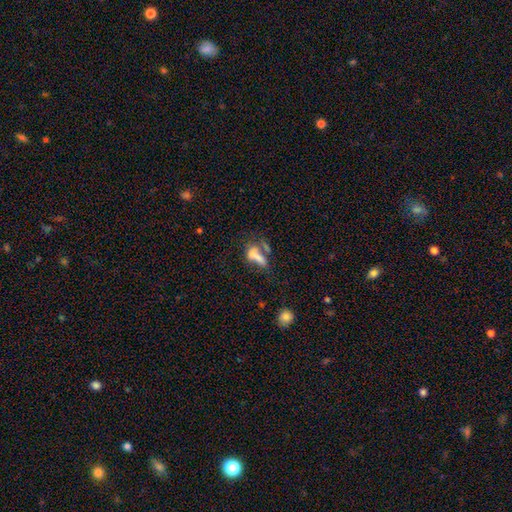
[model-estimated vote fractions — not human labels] Smooth or featured? Predicted: smooth (p=0.63). How rounded? Predicted: in between (p=0.62). Merging? Predicted: merger (p=0.44).